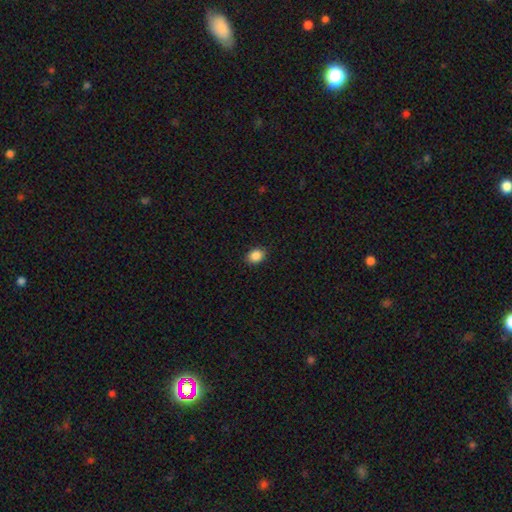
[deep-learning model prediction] The model was most divided on "how rounded": in between: 56%, round: 43%, cigar-shaped: 1%. More confident: merging — none (89%); smooth or featured — smooth (88%).